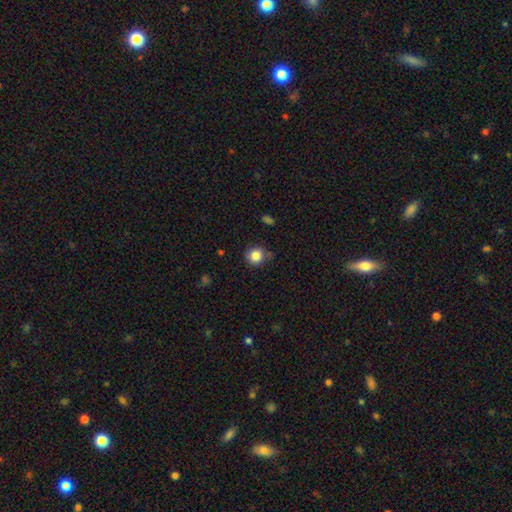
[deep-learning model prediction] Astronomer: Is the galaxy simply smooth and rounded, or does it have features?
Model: smooth — 84%.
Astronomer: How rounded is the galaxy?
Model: round — 90%.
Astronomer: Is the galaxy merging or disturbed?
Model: none — 78%.